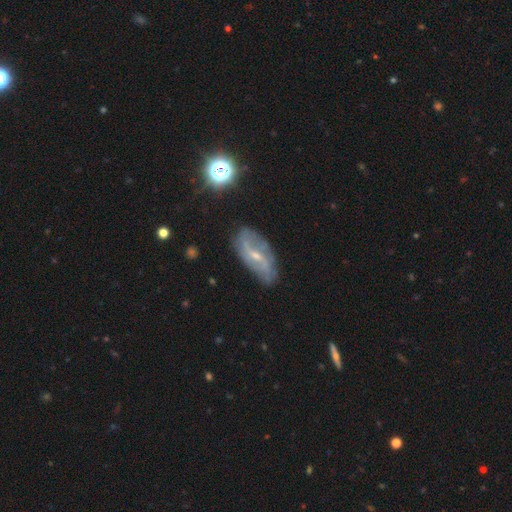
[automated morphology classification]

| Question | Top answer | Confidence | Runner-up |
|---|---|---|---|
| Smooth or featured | featured or disk | 74% | smooth (17%) |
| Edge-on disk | no | 91% | yes (9%) |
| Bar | weak | 47% | strong (29%) |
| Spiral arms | yes | 83% | no (17%) |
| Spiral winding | loose | 52% | medium (32%) |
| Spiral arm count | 2 | 73% | can't tell (17%) |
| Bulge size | small | 66% | moderate (29%) |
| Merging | none | 70% | minor disturbance (21%) |